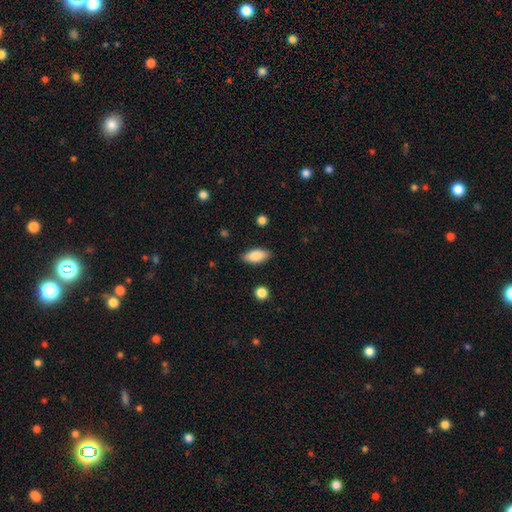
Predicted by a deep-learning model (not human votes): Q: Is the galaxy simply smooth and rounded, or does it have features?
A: smooth — 86%.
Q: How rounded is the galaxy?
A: in between — 89%.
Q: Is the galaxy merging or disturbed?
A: none — 87%.